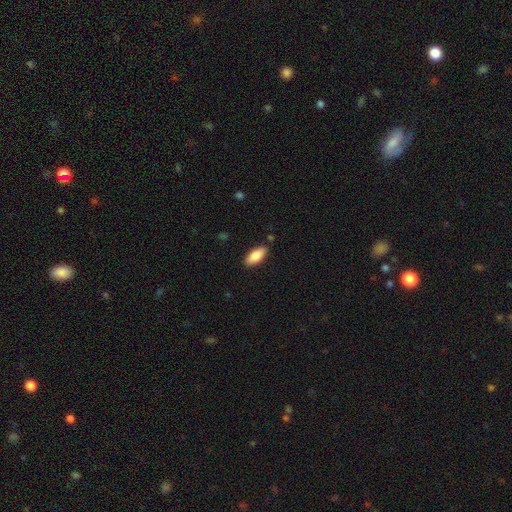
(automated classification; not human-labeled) Smooth or featured? smooth (84%)
How rounded? in between (85%)
Merging? none (86%)